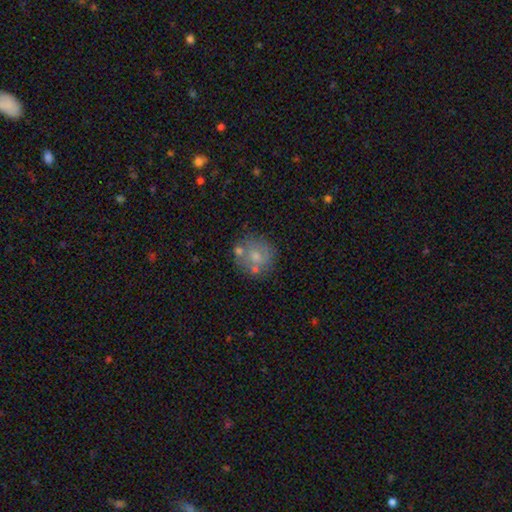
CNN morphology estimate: The model was most divided on "smooth or featured": smooth: 60%, featured or disk: 31%, star or artifact: 9%. More confident: how rounded — round (86%); merging — none (61%).